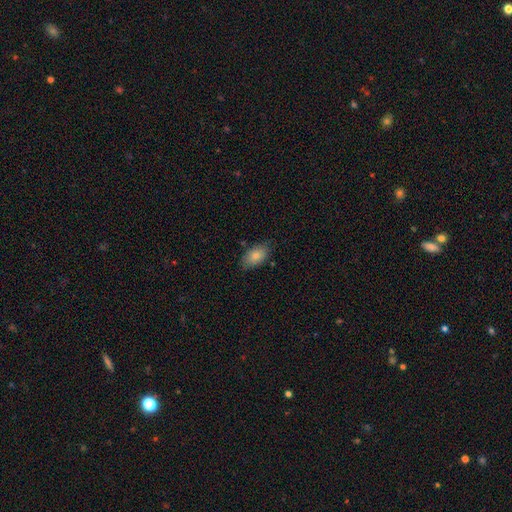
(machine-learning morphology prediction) Q: Smooth or featured?
A: smooth (81%); runner-up: featured or disk (12%)
Q: How rounded?
A: in between (91%); runner-up: round (6%)
Q: Merging?
A: none (78%); runner-up: minor disturbance (17%)